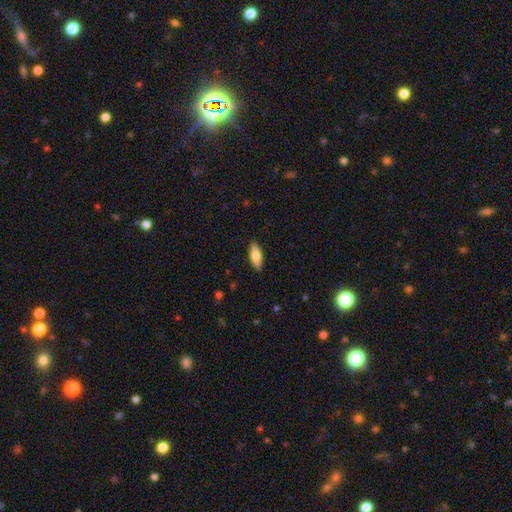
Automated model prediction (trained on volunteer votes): Smooth or featured?
  - smooth: 80% *
  - featured or disk: 14%
  - star or artifact: 6%
How rounded?
  - in between: 71% *
  - cigar-shaped: 27%
  - round: 2%
Merging?
  - none: 89% *
  - minor disturbance: 9%
  - major disturbance: 2%
  - merger: 1%